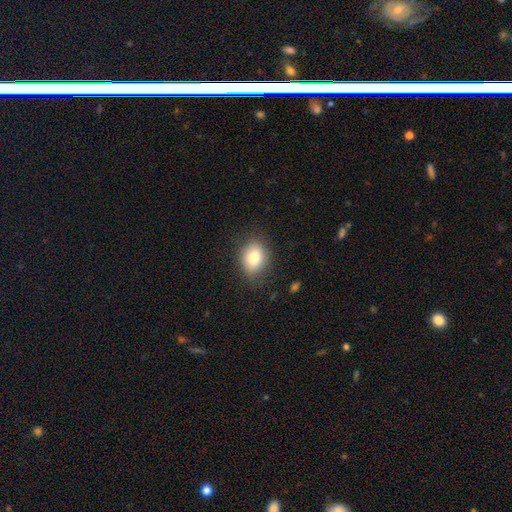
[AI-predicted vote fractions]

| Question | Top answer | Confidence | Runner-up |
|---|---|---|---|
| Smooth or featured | smooth | 79% | featured or disk (11%) |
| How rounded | in between | 55% | round (44%) |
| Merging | none | 83% | minor disturbance (13%) |